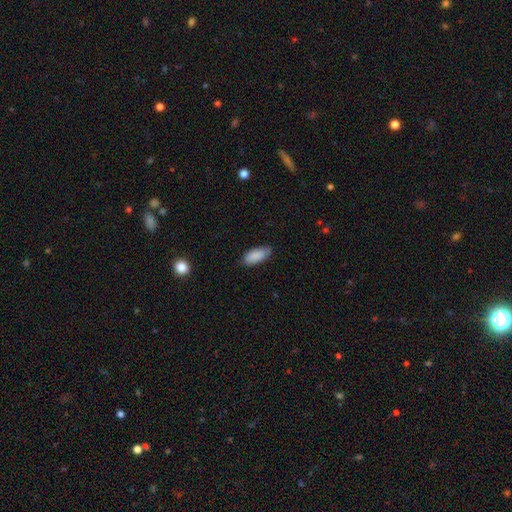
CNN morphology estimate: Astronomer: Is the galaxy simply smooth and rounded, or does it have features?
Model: smooth — 88%.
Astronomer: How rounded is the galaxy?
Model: in between — 87%.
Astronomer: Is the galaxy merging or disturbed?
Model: none — 76%.